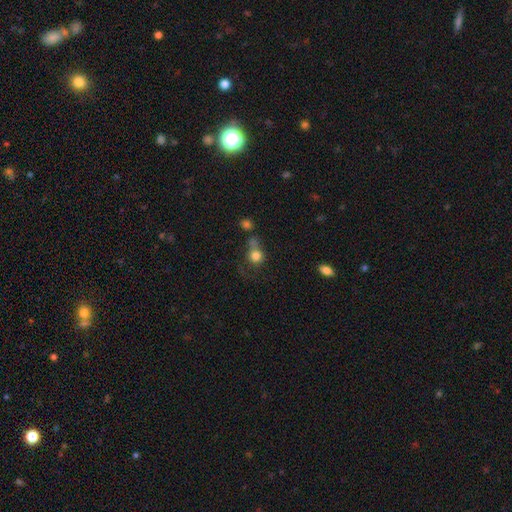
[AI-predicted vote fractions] This appears to be a smooth galaxy with no disk features (77%) that is round (82%). Merging: none (39%).